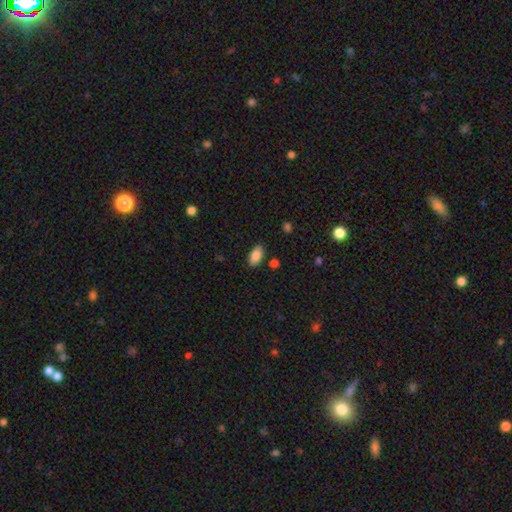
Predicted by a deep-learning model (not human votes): Smooth or featured? Predicted: smooth (p=0.86). How rounded? Predicted: in between (p=0.93). Merging? Predicted: none (p=0.86).